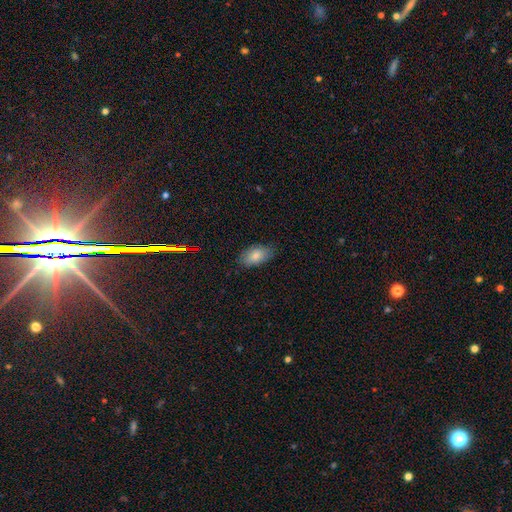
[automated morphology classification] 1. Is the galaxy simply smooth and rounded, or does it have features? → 82% smooth, 11% featured or disk, 8% star or artifact.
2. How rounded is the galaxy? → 93% in between, 4% round, 3% cigar-shaped.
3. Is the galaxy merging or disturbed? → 82% none, 14% minor disturbance, 3% major disturbance, 1% merger.